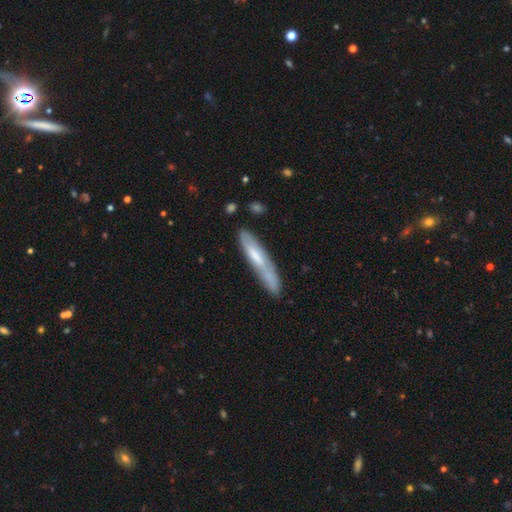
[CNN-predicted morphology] smooth 55%, featured or disk 38%, star or artifact 6%. Down the decision tree: how rounded — cigar-shaped (89%); merging — none (67%).